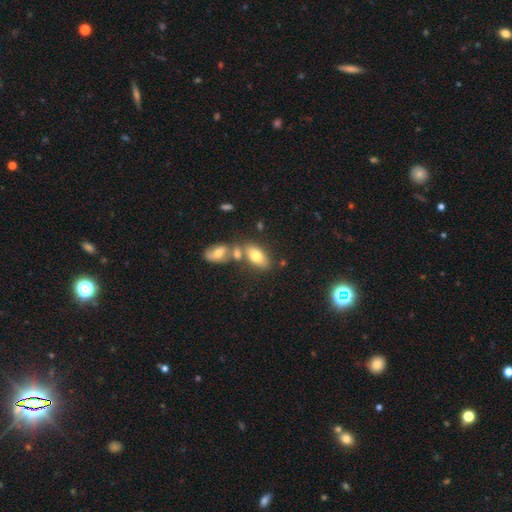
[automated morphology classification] This appears to be a smooth galaxy with no disk features (74%) that is in between round and cigar-shaped (90%). Merging: none (48%).